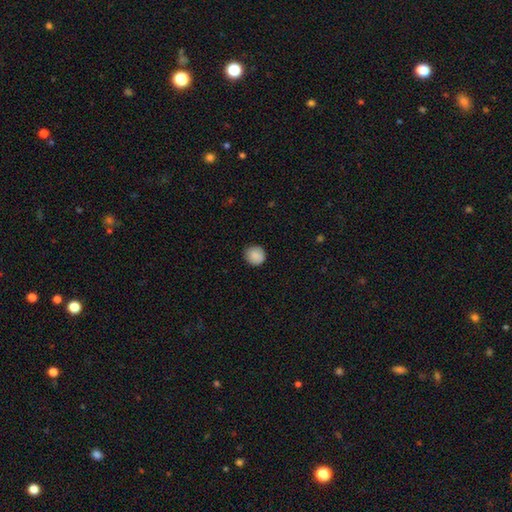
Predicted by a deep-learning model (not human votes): Q: Smooth or featured?
A: smooth (88%); runner-up: star or artifact (8%)
Q: How rounded?
A: round (91%); runner-up: in between (8%)
Q: Merging?
A: none (86%); runner-up: minor disturbance (11%)